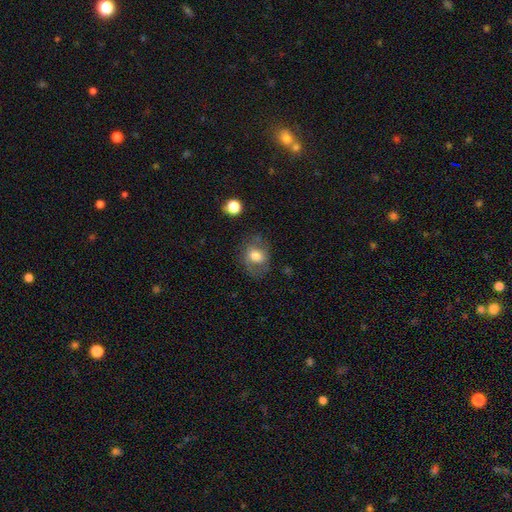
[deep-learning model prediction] The model was most divided on "how rounded": in between: 56%, round: 43%, cigar-shaped: 1%. More confident: smooth or featured — smooth (63%); merging — none (62%).